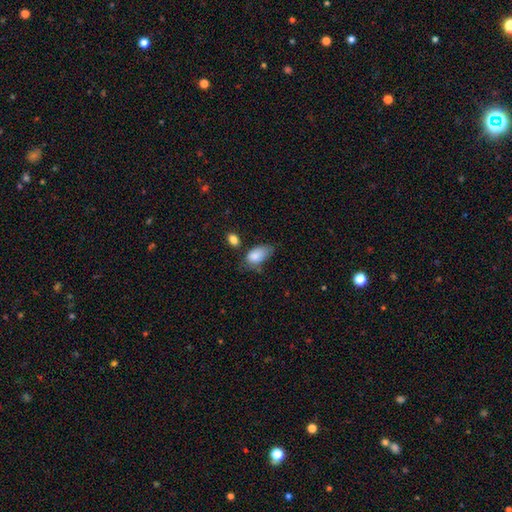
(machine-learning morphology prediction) This appears to be a smooth galaxy with no disk features (84%) that is in between round and cigar-shaped (92%). Merging: none (40%).